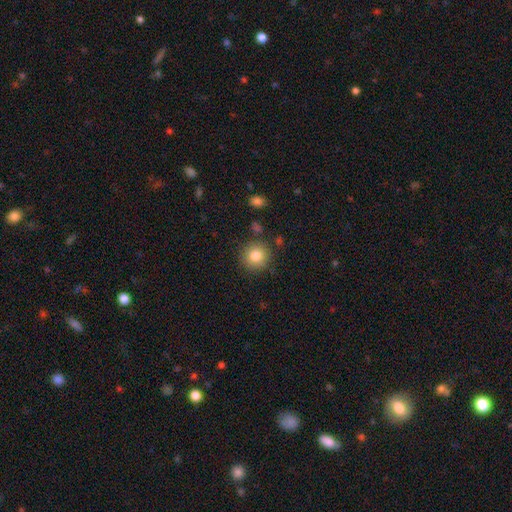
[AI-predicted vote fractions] The model was most divided on "smooth or featured": smooth: 82%, star or artifact: 10%, featured or disk: 8%. More confident: how rounded — round (92%); merging — none (85%).